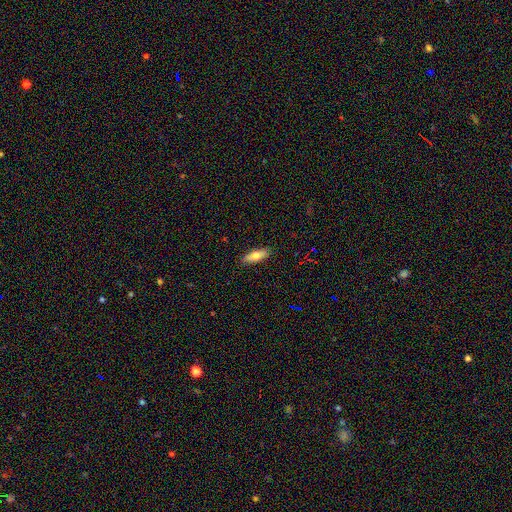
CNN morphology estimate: type=smooth (66%); roundness=in between (49%, tied with cigar-shaped); merging=none (90%).